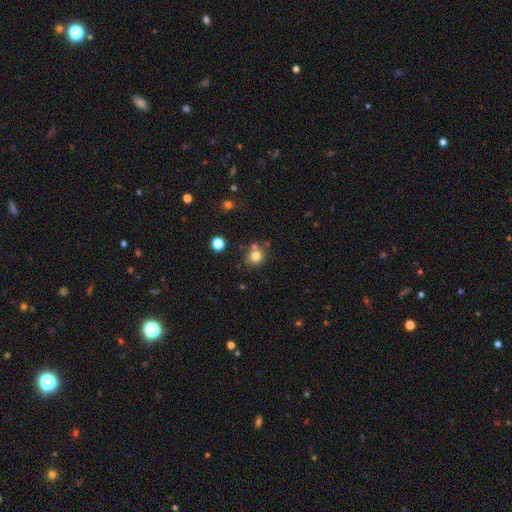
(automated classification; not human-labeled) Smooth or featured?
  - smooth: 79% *
  - star or artifact: 13%
  - featured or disk: 8%
How rounded?
  - round: 87% *
  - in between: 12%
  - cigar-shaped: 1%
Merging?
  - none: 70% *
  - merger: 15%
  - minor disturbance: 11%
  - major disturbance: 3%